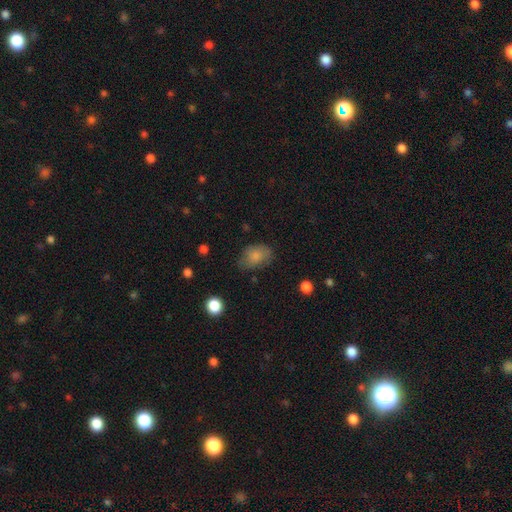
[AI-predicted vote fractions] Smooth or featured: smooth — 79% (featured or disk — 12%)
How rounded: in between — 81% (round — 18%)
Merging: none — 61% (minor disturbance — 28%)